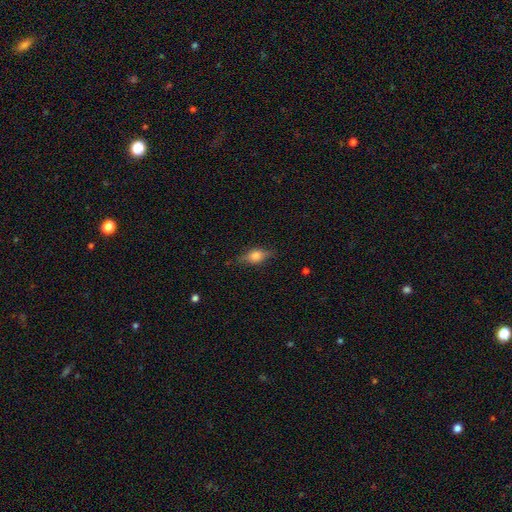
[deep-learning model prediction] Morphology: type=smooth (53%); roundness=in between (72%); merging=none (76%).